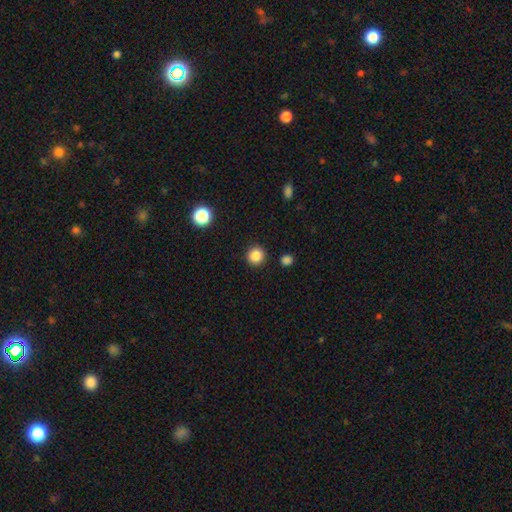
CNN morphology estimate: smooth-or-featured: smooth: 86% | star or artifact: 10% | featured or disk: 4%
  how-rounded: round: 93% | in between: 6% | cigar-shaped: 1%
  merging: none: 91% | minor disturbance: 5% | major disturbance: 2% | merger: 2%